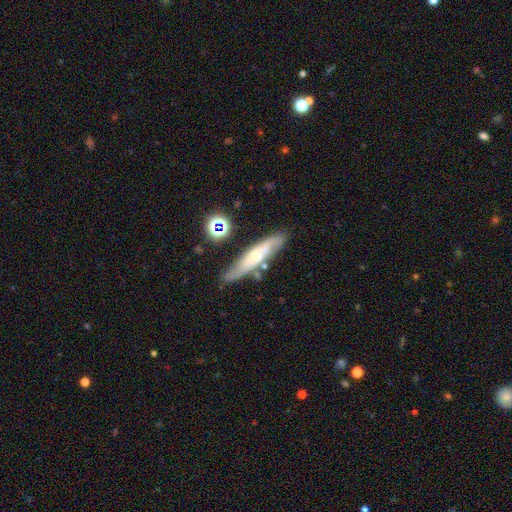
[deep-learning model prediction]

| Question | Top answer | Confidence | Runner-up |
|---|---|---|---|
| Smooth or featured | featured or disk | 57% | smooth (34%) |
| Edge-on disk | no | 55% | yes (45%) |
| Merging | none | 74% | minor disturbance (17%) |